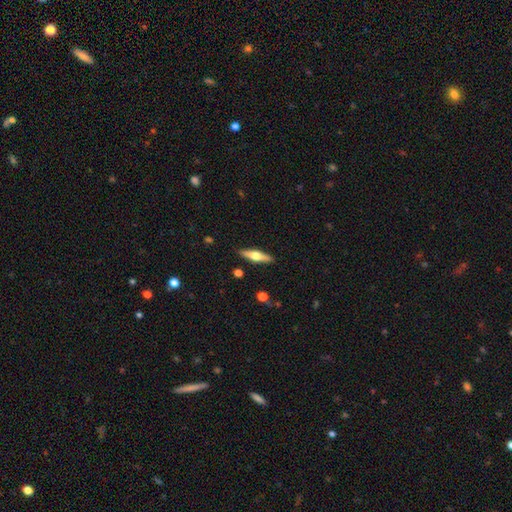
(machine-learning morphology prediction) Q: Smooth or featured?
A: featured or disk (59%); runner-up: smooth (35%)
Q: Edge-on disk?
A: yes (95%); runner-up: no (5%)
Q: Edge-on bulge?
A: rounded (94%); runner-up: boxy (4%)
Q: Merging?
A: none (89%); runner-up: minor disturbance (8%)